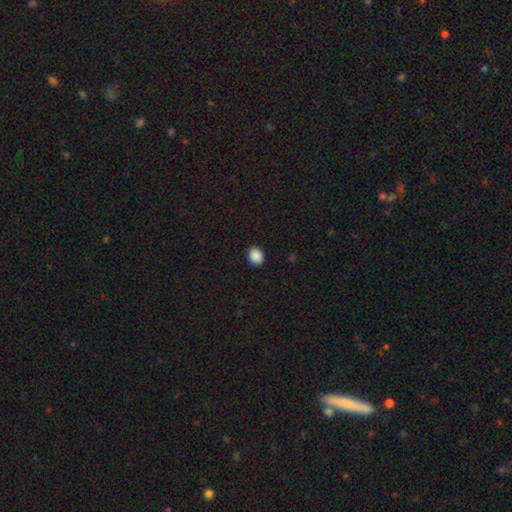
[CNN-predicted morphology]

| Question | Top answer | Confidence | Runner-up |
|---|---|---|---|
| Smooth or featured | smooth | 89% | star or artifact (8%) |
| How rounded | round | 52% | in between (47%) |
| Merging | none | 90% | minor disturbance (7%) |